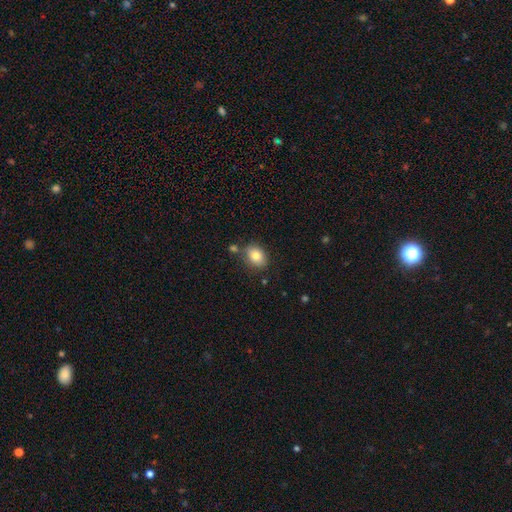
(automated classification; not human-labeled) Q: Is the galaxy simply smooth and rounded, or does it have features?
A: smooth — 82%.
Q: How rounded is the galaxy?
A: in between — 66%.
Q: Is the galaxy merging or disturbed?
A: none — 75%.